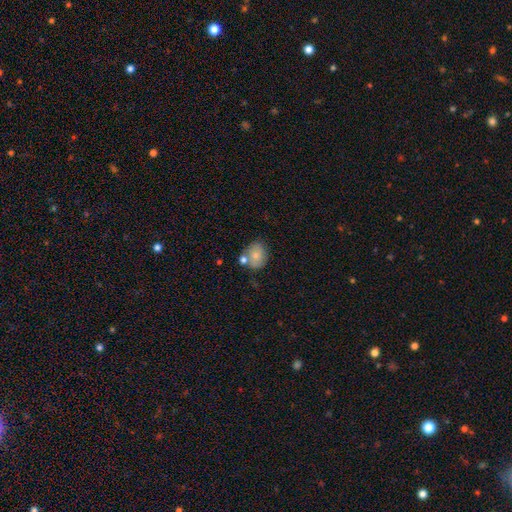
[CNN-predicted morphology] type=smooth (76%); roundness=in between (52%); merging=none (56%).